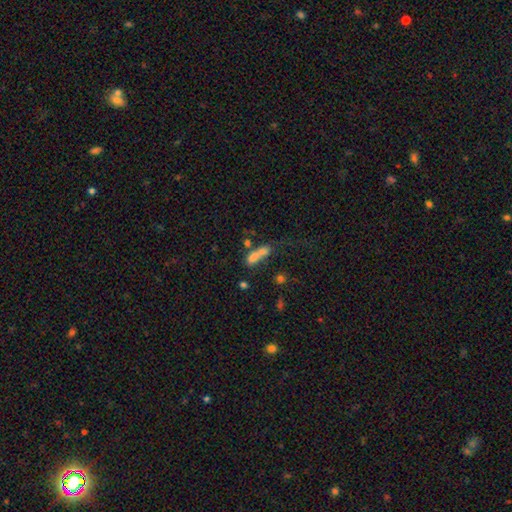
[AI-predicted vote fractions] This appears to be a smooth galaxy with no disk features (70%) that is in between round and cigar-shaped (60%). Merging: merger (50%).